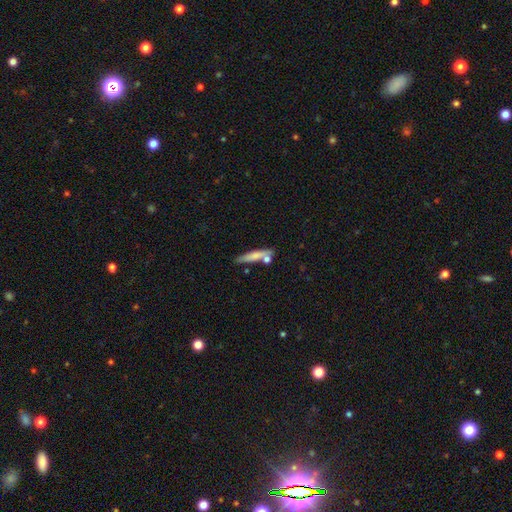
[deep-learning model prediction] A smooth galaxy with no disk features (70%) that is cigar-shaped (85%). Merging: none (67%).